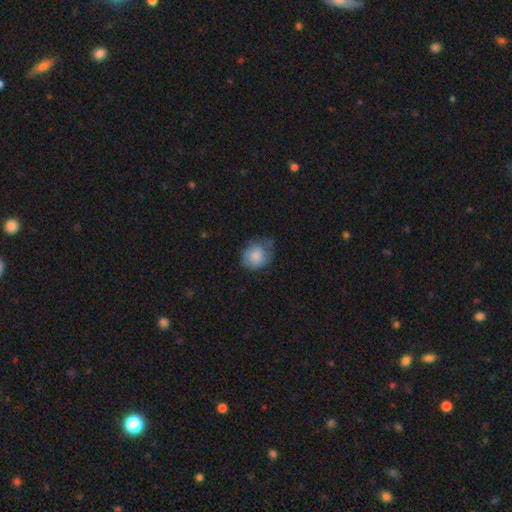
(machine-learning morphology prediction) smooth 78%, featured or disk 15%, star or artifact 7%. Down the decision tree: how rounded — round (70%); merging — none (49%).